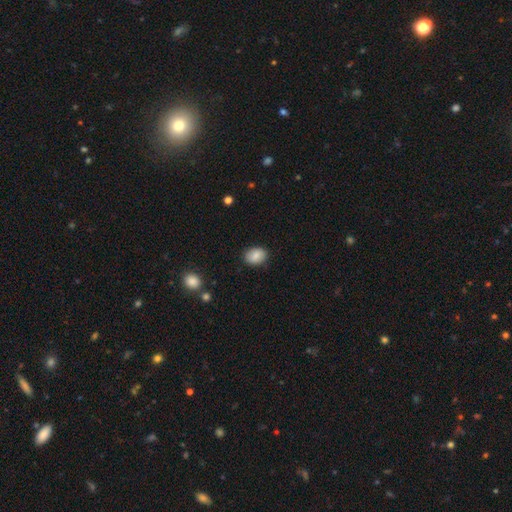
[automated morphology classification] Smooth or featured? Predicted: smooth (p=0.85). How rounded? Predicted: in between (p=0.71). Merging? Predicted: none (p=0.86).